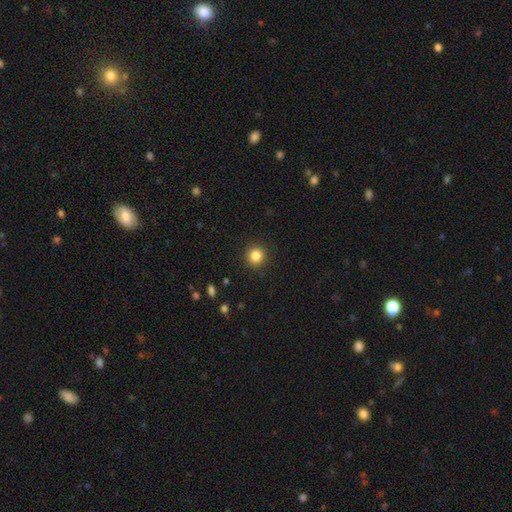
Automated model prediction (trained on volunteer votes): This is clearly a smooth galaxy (85%). How rounded: clearly round (92%). Merging: clearly none (91%).